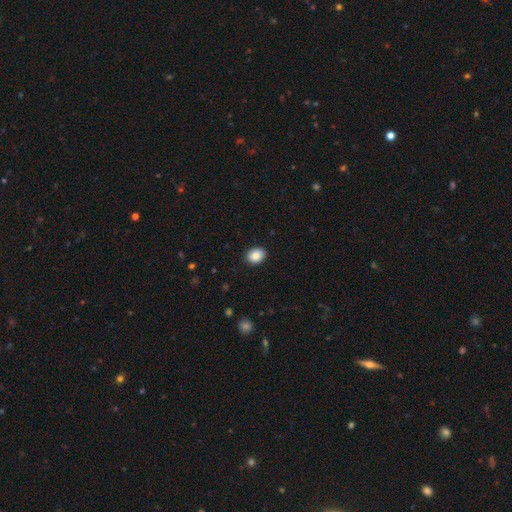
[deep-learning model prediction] Overall: smooth (88%). How rounded: in between (58%; round 41%). Merging: none (90%).